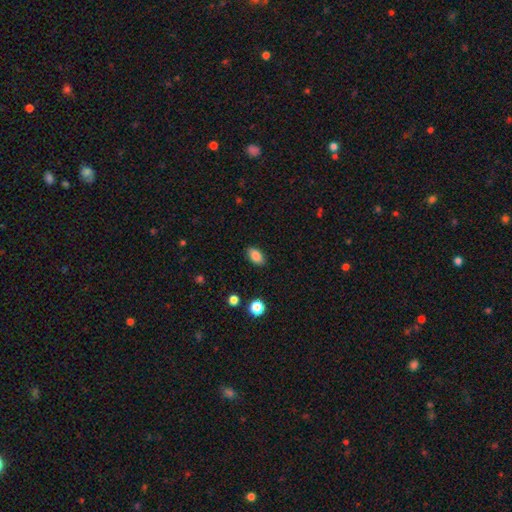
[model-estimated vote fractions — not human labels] Smooth or featured? smooth (86%)
How rounded? in between (90%)
Merging? none (88%)